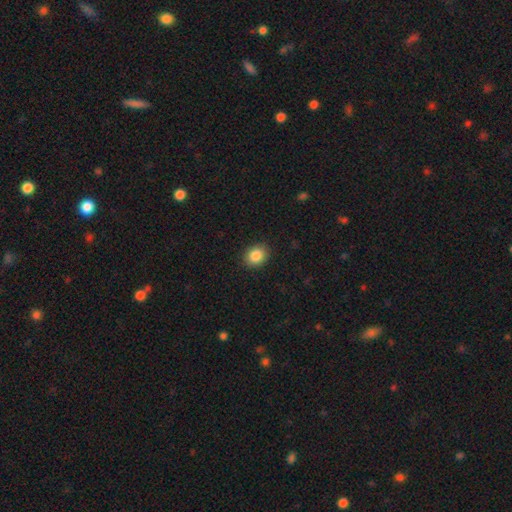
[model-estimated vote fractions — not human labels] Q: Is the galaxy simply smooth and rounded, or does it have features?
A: smooth — 87%.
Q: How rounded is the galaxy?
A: round — 52%.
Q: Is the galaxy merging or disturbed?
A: none — 88%.